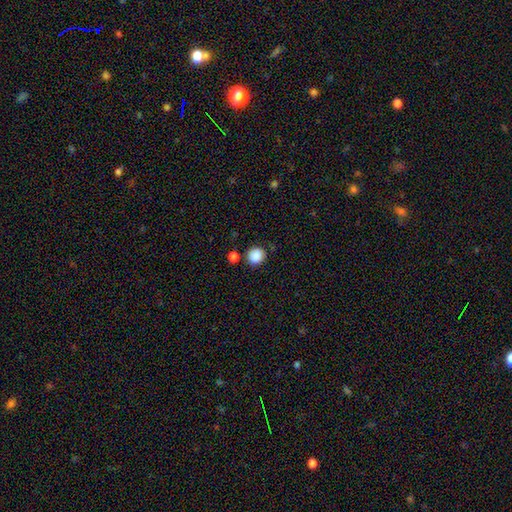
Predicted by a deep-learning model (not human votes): smooth 88%, star or artifact 9%, featured or disk 3%. Down the decision tree: how rounded — round (89%); merging — none (81%).